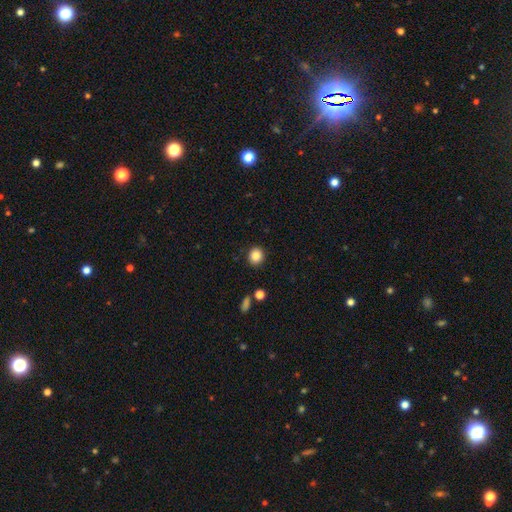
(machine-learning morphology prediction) smooth 86%, star or artifact 10%, featured or disk 4%. Down the decision tree: how rounded — round (84%); merging — none (90%).